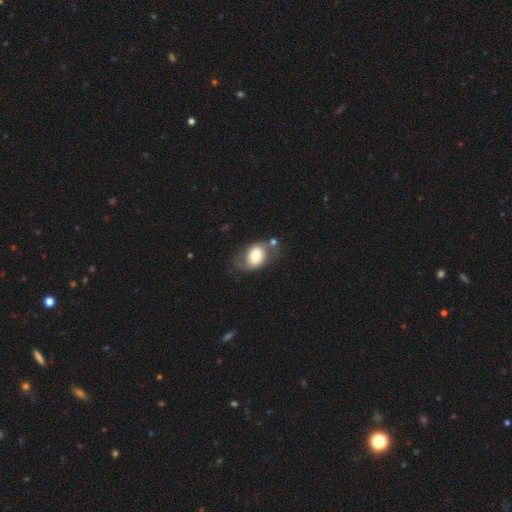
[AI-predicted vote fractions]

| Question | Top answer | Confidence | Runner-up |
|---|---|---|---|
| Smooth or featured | smooth | 60% | featured or disk (33%) |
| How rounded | in between | 69% | round (30%) |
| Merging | none | 50% | minor disturbance (24%) |